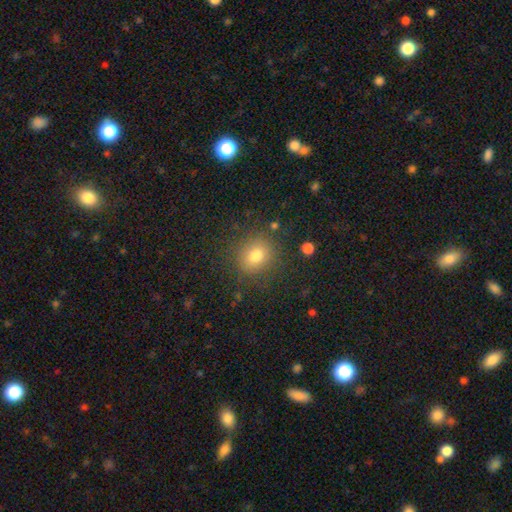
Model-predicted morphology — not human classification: This appears to be a smooth galaxy with no disk features (78%) that is round (81%). Merging: none (86%).